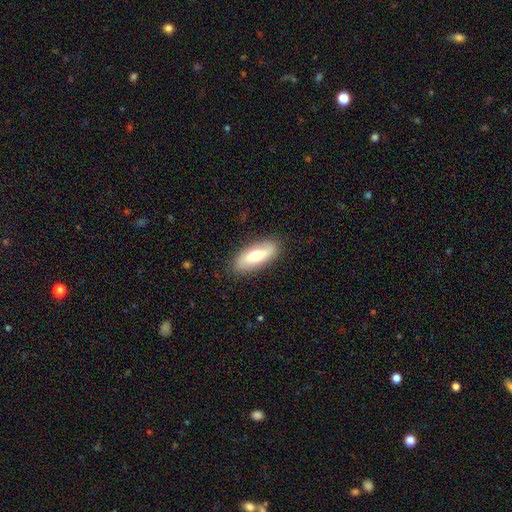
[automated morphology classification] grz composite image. It shows a smooth galaxy with no disk features (57%) that is in between round and cigar-shaped (77%). Merging: none (85%).